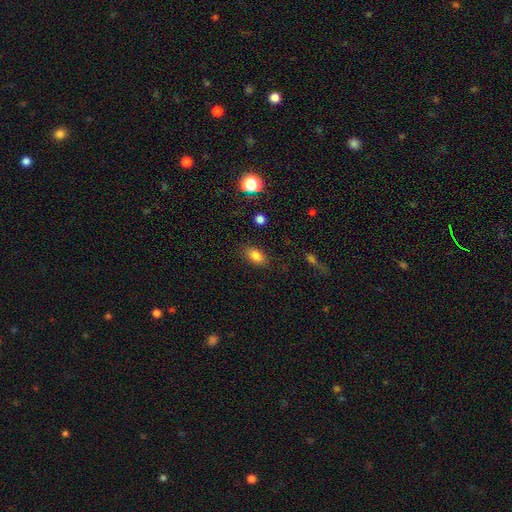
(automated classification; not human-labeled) Overall: smooth (82%). How rounded: in between (86%). Merging: none (85%).